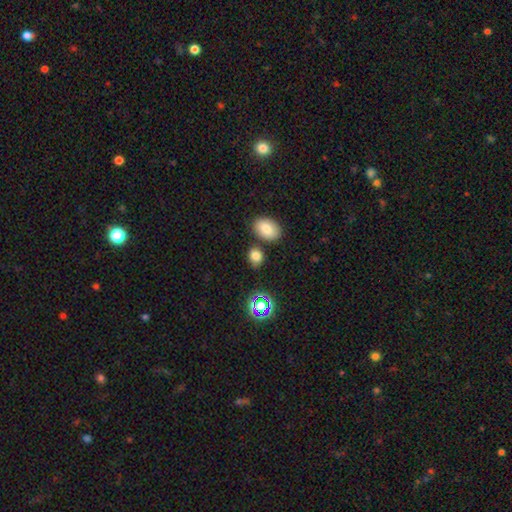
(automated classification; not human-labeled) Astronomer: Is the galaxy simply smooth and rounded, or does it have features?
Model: smooth — 77%.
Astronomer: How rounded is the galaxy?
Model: in between — 58% (runner-up: round, 41%).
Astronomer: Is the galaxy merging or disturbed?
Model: none — 75%.